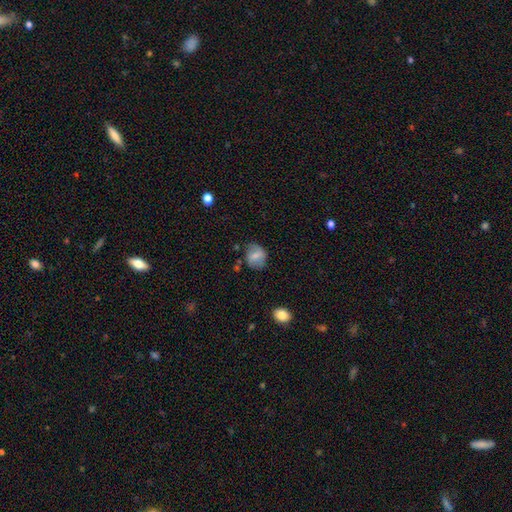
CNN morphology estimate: Overall: smooth (63%; featured or disk 28%). How rounded: round (58%; in between 40%). Merging: none (72%).